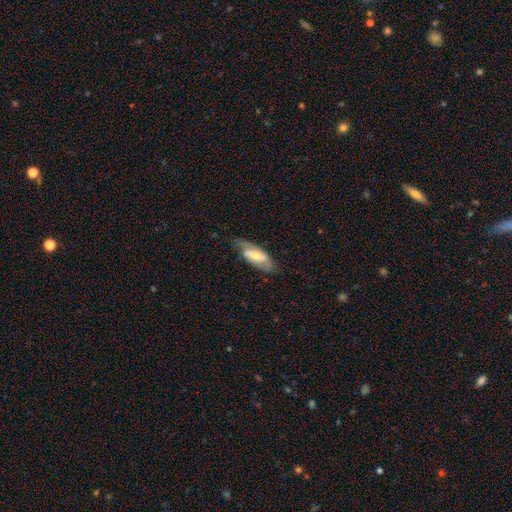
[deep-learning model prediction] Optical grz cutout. It shows a featured or disk galaxy (59%). Merging: none (65%).